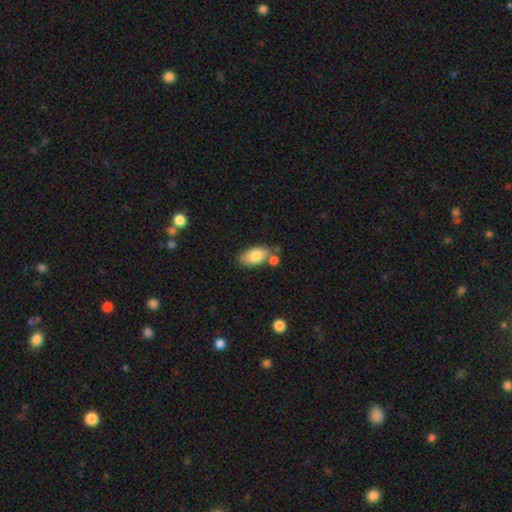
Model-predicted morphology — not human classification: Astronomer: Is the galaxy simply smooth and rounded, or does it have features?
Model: smooth — 81%.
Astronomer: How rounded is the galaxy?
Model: in between — 93%.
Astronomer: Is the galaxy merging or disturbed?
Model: none — 60%.